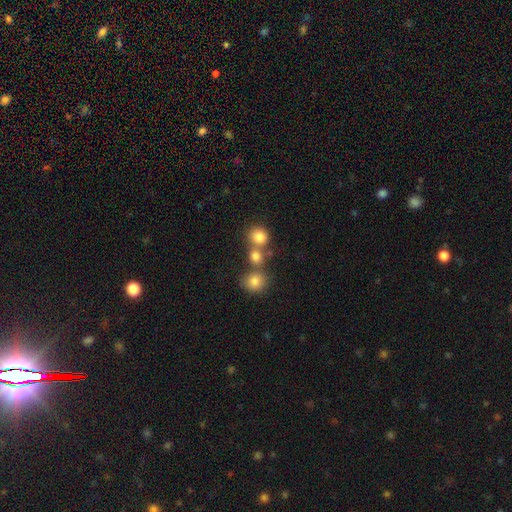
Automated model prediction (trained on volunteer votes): Q: Smooth or featured?
A: smooth (80%); runner-up: star or artifact (13%)
Q: How rounded?
A: round (79%); runner-up: in between (20%)
Q: Merging?
A: none (52%); runner-up: merger (35%)